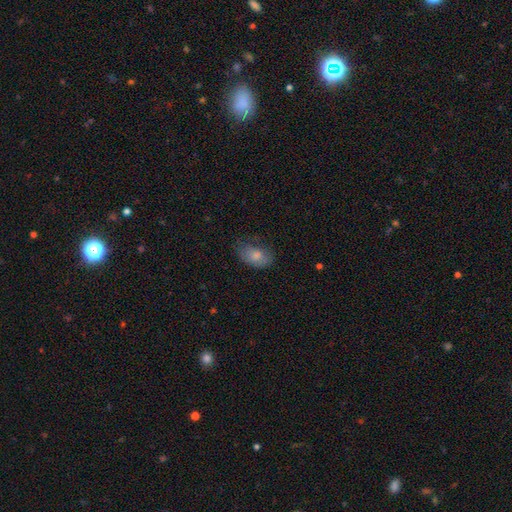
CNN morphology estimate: A smooth galaxy with no disk features (78%) that is in between round and cigar-shaped (89%). Merging: none (54%).